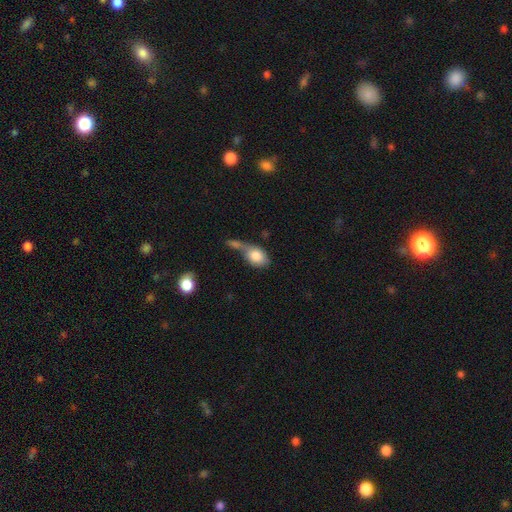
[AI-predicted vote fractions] Smooth or featured? Predicted: smooth (p=0.80). How rounded? Predicted: in between (p=0.73). Merging? Predicted: merger (p=0.50).